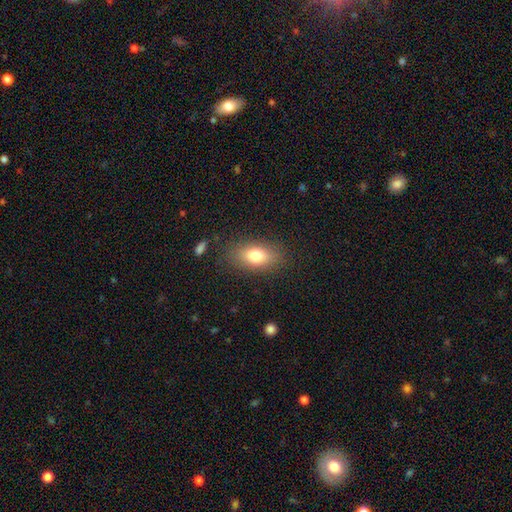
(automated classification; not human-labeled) Smooth or featured: smooth — 77% (featured or disk — 14%)
How rounded: in between — 83% (round — 11%)
Merging: none — 83% (minor disturbance — 11%)